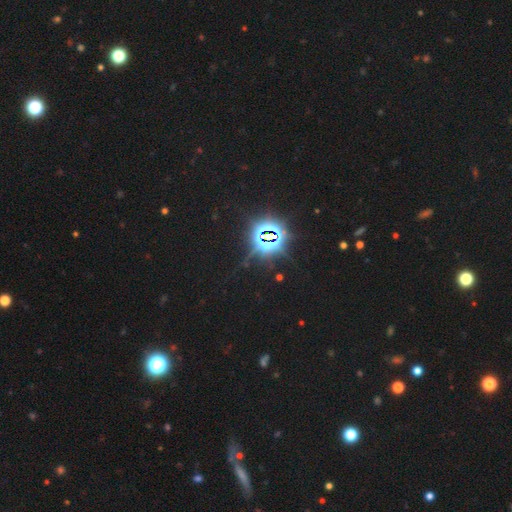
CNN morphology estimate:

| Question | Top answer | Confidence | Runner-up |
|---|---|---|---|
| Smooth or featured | star or artifact | 83% | smooth (11%) |